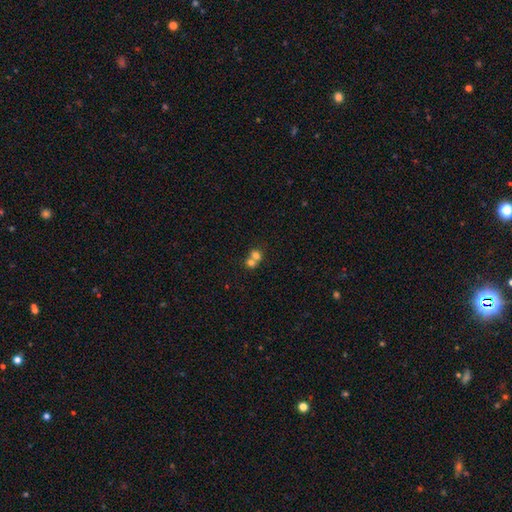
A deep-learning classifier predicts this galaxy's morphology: Overall: smooth (71%). How rounded: round (67%; in between 32%). Merging: merger (69%).